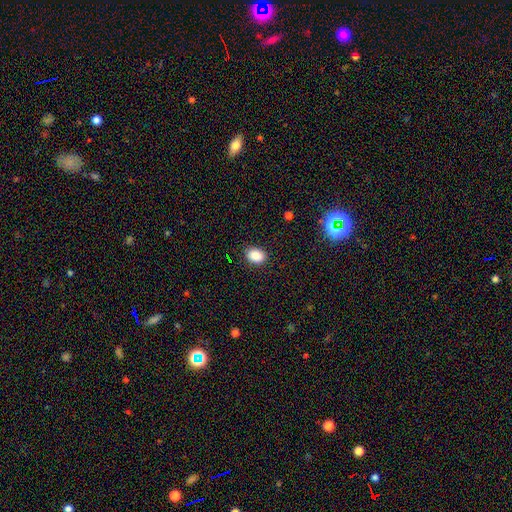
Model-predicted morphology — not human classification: Overall: smooth (87%). How rounded: in between (72%). Merging: none (88%).